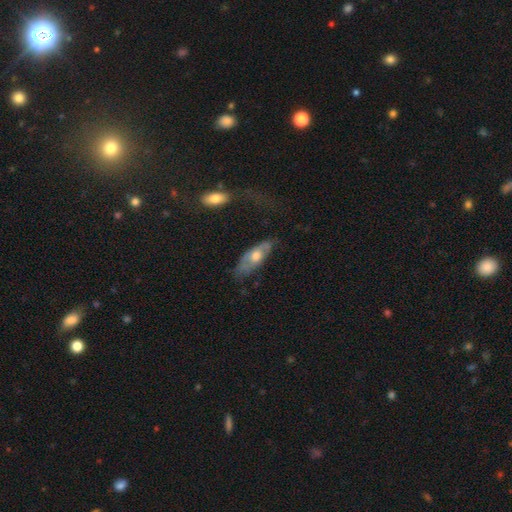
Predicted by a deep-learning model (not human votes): Smooth or featured? Predicted: featured or disk (p=0.53). Edge-on disk? Predicted: no (p=0.67). Merging? Predicted: none (p=0.62).